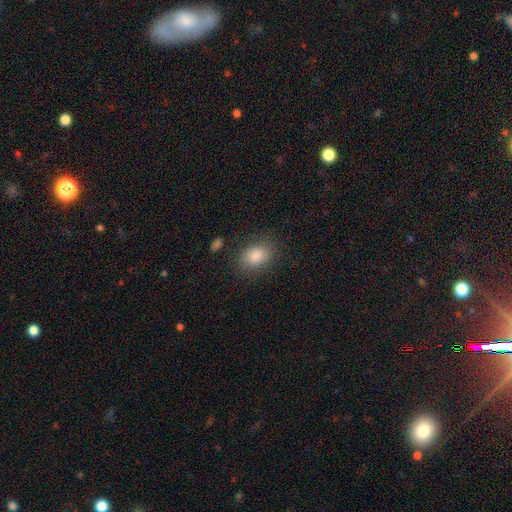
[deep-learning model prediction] Q: Smooth or featured?
A: smooth (84%); runner-up: star or artifact (9%)
Q: How rounded?
A: in between (73%); runner-up: round (25%)
Q: Merging?
A: none (81%); runner-up: minor disturbance (13%)